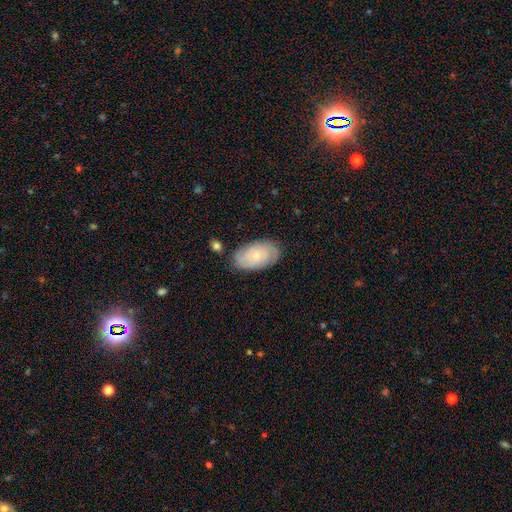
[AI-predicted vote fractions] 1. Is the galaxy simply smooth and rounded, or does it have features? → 54% smooth, 39% featured or disk, 7% star or artifact.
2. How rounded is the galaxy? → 94% in between, 4% round, 2% cigar-shaped.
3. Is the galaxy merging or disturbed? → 78% none, 17% minor disturbance, 4% major disturbance, 2% merger.